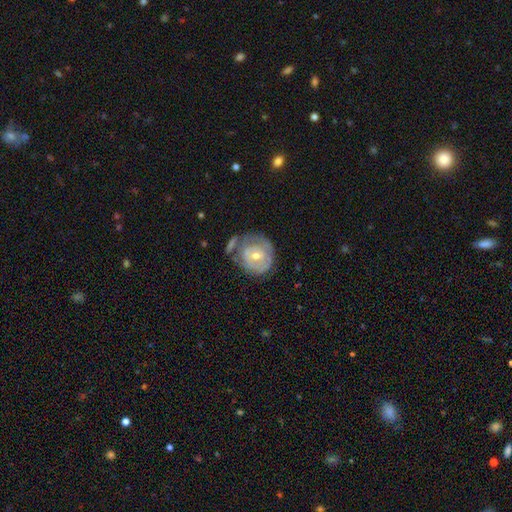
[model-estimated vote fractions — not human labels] Overall: featured or disk (65%; smooth 29%). Edge-on disk: no (97%). Bar: no (65%; weak 28%). Spiral arms: yes (63%; no 37%). Bulge size: moderate (50%; small 46%). Merging: none (49%; minor disturbance 23%).